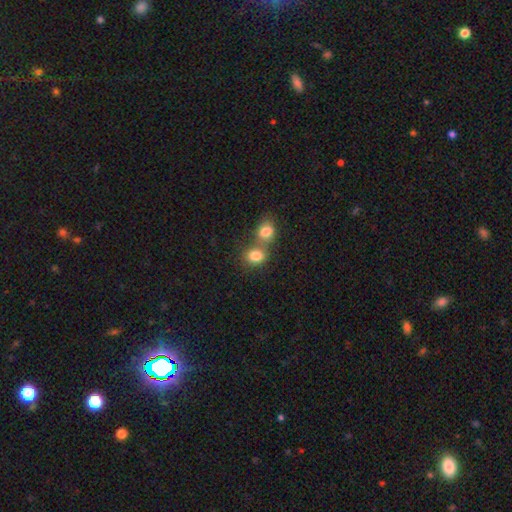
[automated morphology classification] Q: Smooth or featured?
A: smooth (82%); runner-up: star or artifact (10%)
Q: How rounded?
A: in between (51%); runner-up: round (48%)
Q: Merging?
A: merger (52%); runner-up: none (36%)